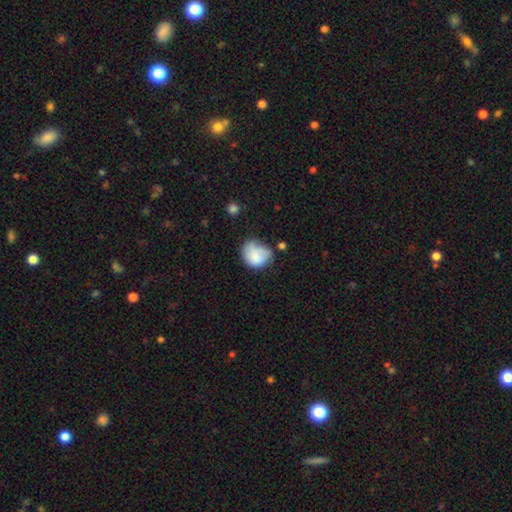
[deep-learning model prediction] This is likely a smooth galaxy (78%). How rounded: possibly round (51%). Merging: marginally minor disturbance (40%).